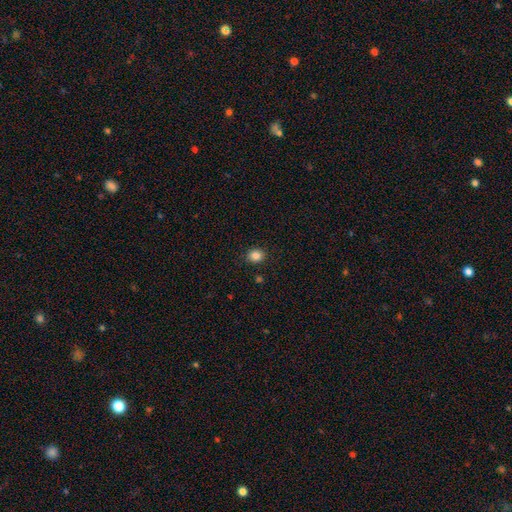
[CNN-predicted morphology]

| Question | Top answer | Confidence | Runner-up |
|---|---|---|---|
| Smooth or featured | smooth | 86% | star or artifact (11%) |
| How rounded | round | 71% | in between (28%) |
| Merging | none | 89% | minor disturbance (7%) |